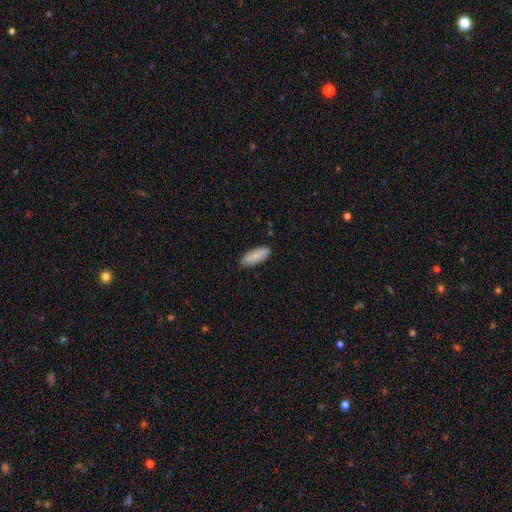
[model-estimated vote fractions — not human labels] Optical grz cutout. It shows a smooth galaxy with no disk features (85%) that is in between round and cigar-shaped (75%). Merging: none (85%).